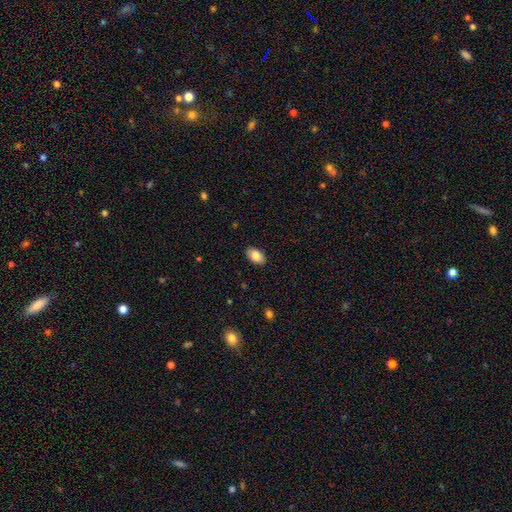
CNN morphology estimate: Smooth or featured? smooth (83%)
How rounded? in between (93%)
Merging? none (89%)